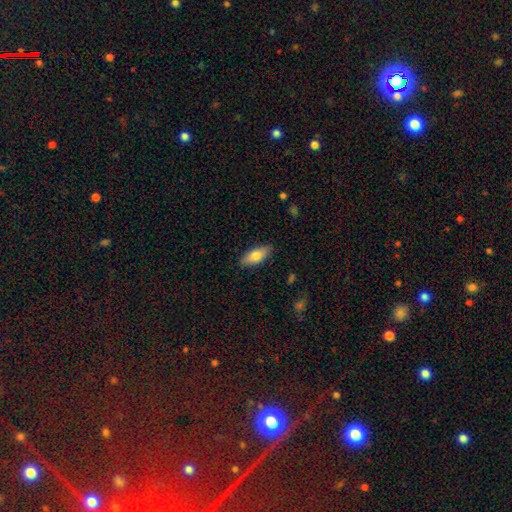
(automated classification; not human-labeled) smooth 77%, featured or disk 17%, star or artifact 6%. Down the decision tree: how rounded — in between (82%); merging — none (87%).